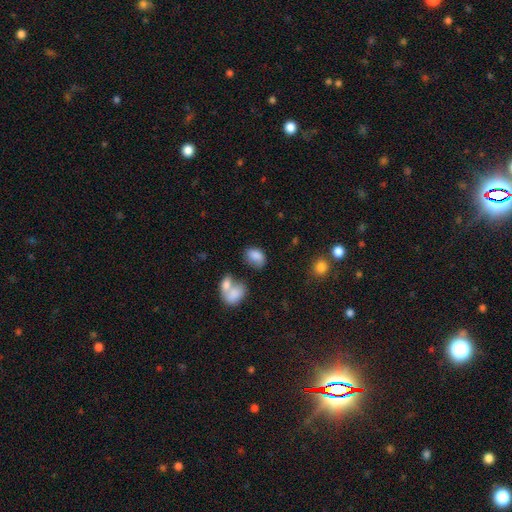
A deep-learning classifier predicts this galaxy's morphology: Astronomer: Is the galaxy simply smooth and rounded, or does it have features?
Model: smooth — 82%.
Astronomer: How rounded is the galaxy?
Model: in between — 82%.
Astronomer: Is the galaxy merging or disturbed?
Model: none — 49% (runner-up: minor disturbance, 24%).